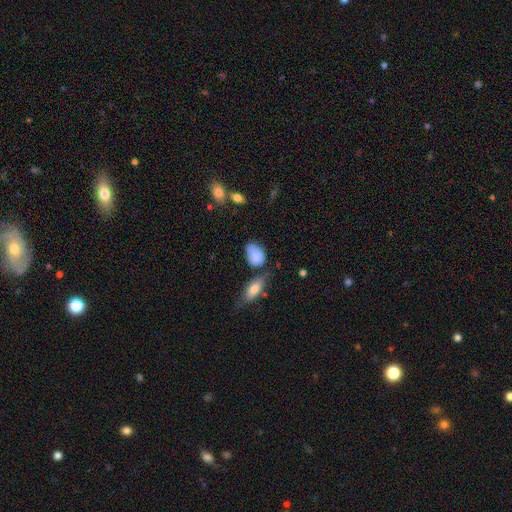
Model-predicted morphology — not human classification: A smooth galaxy with no disk features (84%) that is in between round and cigar-shaped (79%). Merging: none (43%).